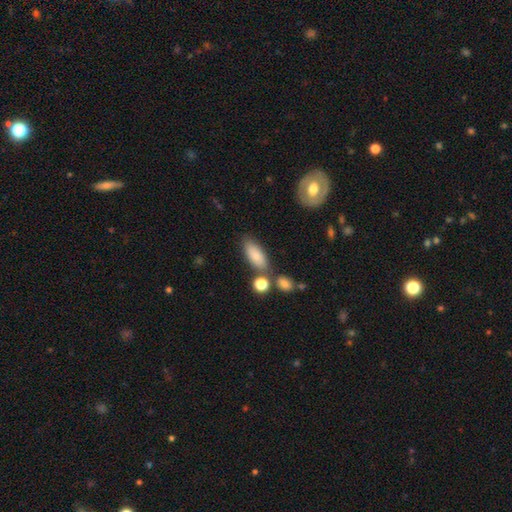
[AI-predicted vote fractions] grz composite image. It shows a smooth galaxy with no disk features (81%) that is in between round and cigar-shaped (79%). Merging: none (68%).